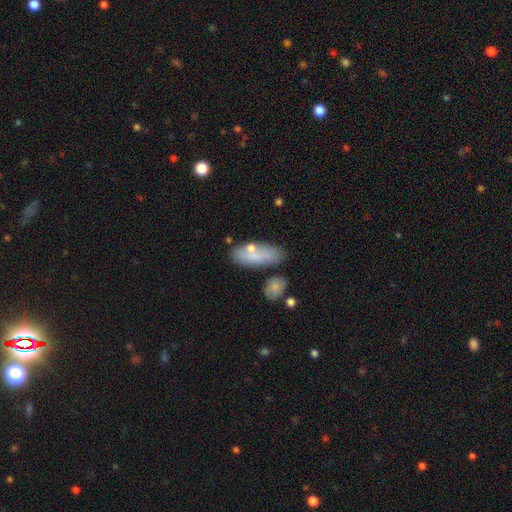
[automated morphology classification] This is likely a smooth galaxy (69%). How rounded: likely in between (74%). Merging: likely none (63%).